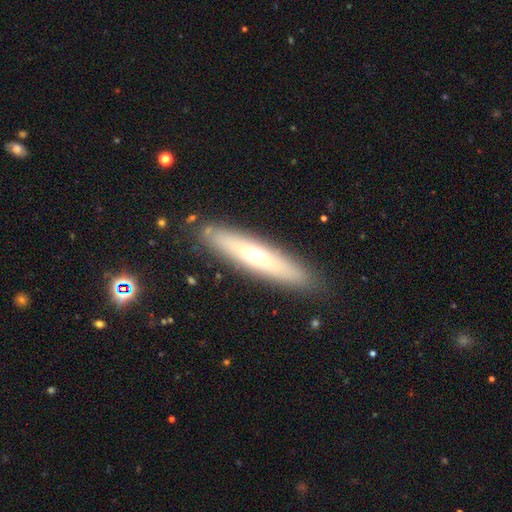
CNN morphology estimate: Smooth or featured? Predicted: smooth (p=0.53). How rounded? Predicted: cigar-shaped (p=0.76). Merging? Predicted: none (p=0.86).